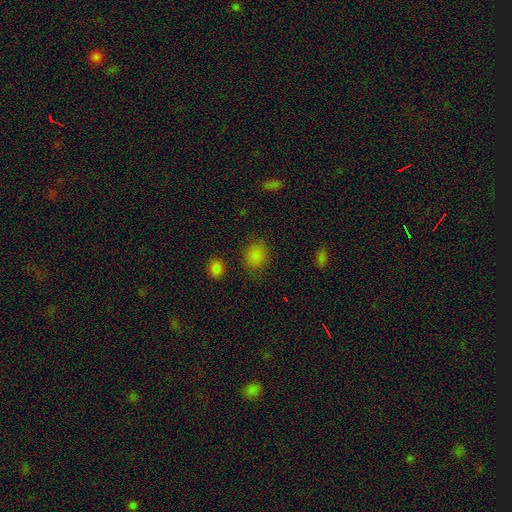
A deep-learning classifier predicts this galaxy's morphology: The model was most divided on "how rounded": round: 52%, in between: 47%, cigar-shaped: 1%. More confident: smooth or featured — smooth (82%); merging — none (80%).